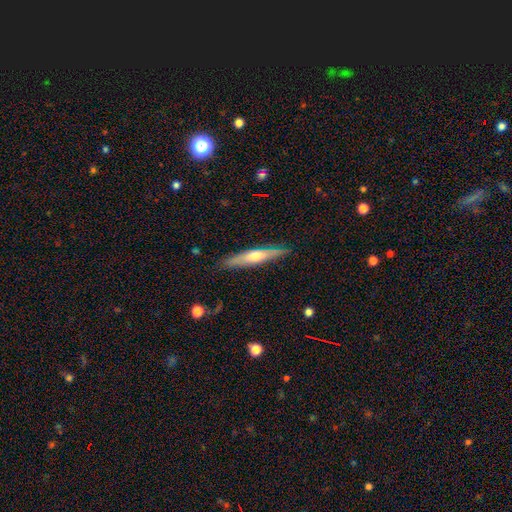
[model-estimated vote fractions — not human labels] Smooth or featured?
  - featured or disk: 50% *
  - smooth: 44%
  - star or artifact: 6%
Merging?
  - none: 87% *
  - minor disturbance: 10%
  - major disturbance: 2%
  - merger: 1%